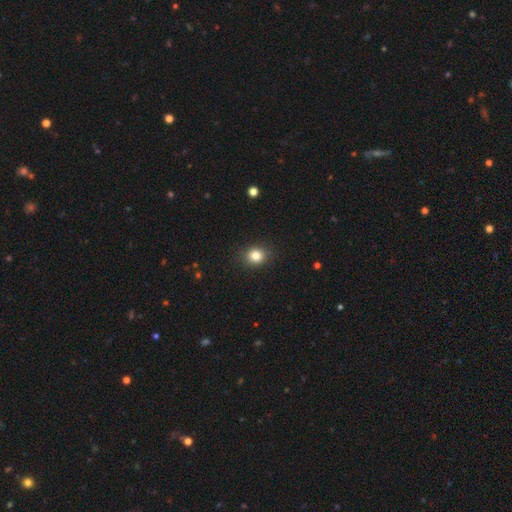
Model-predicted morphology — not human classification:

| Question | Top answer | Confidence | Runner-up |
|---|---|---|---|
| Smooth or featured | smooth | 83% | star or artifact (11%) |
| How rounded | round | 72% | in between (27%) |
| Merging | none | 88% | minor disturbance (8%) |